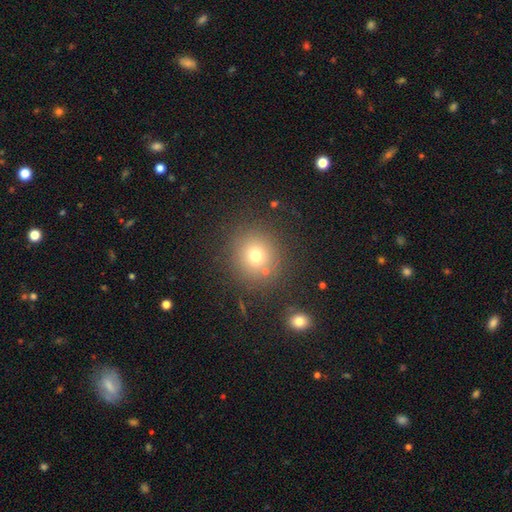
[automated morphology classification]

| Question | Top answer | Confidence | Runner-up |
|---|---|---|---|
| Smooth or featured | smooth | 71% | star or artifact (18%) |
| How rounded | round | 89% | in between (10%) |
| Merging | none | 82% | minor disturbance (9%) |